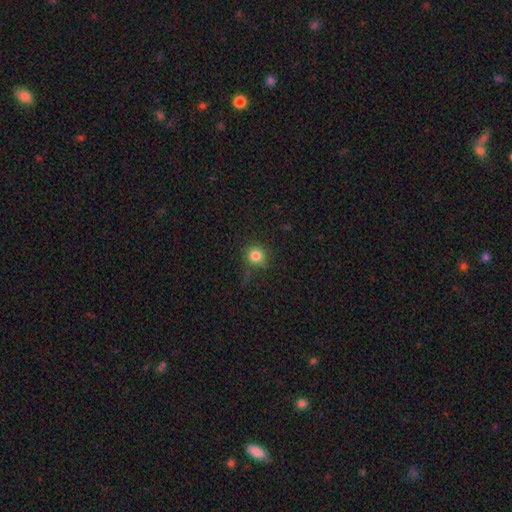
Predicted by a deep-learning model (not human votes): Q: Smooth or featured?
A: smooth (81%); runner-up: star or artifact (13%)
Q: How rounded?
A: round (92%); runner-up: in between (7%)
Q: Merging?
A: none (81%); runner-up: minor disturbance (13%)